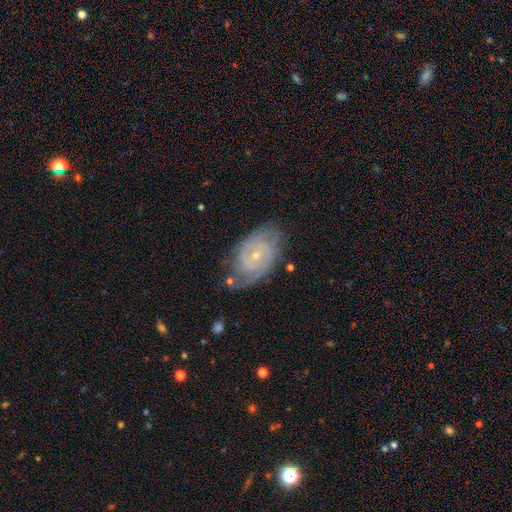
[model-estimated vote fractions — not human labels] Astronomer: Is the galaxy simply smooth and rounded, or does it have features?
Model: featured or disk — 86%.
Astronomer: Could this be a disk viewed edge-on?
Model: no — 97%.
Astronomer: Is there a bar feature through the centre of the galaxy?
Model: no — 61%.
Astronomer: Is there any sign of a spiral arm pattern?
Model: yes — 97%.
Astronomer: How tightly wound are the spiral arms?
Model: tight — 63%.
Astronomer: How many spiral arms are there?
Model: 2 — 47%.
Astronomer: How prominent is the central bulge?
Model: small — 76%.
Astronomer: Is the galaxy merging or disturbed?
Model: none — 71%.